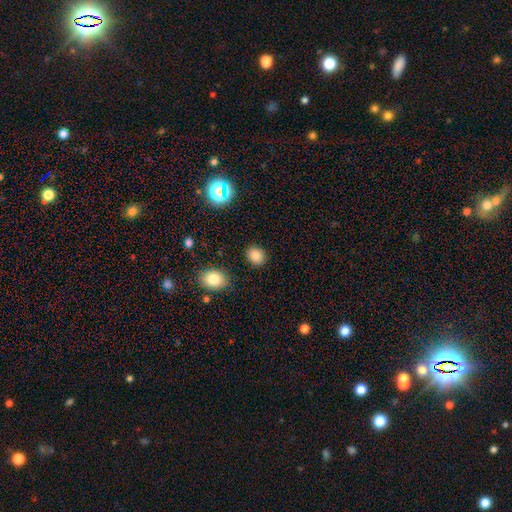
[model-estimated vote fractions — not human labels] smooth-or-featured: smooth: 85% | star or artifact: 11% | featured or disk: 4%
  how-rounded: round: 63% | in between: 36% | cigar-shaped: 1%
  merging: none: 88% | minor disturbance: 8% | major disturbance: 3% | merger: 2%